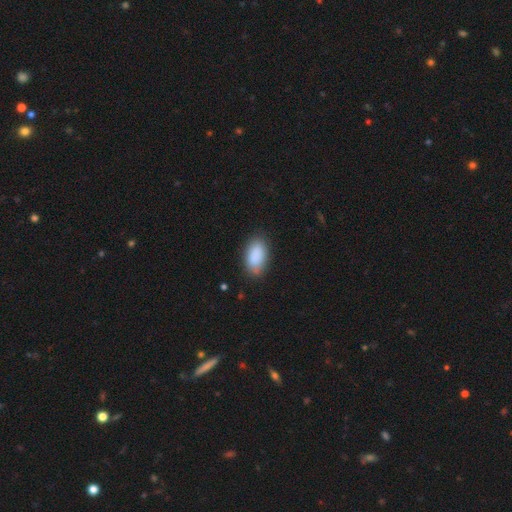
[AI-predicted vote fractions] Smooth or featured?
  - smooth: 88% *
  - star or artifact: 7%
  - featured or disk: 5%
How rounded?
  - in between: 93% *
  - round: 5%
  - cigar-shaped: 2%
Merging?
  - none: 82% *
  - minor disturbance: 14%
  - major disturbance: 3%
  - merger: 1%